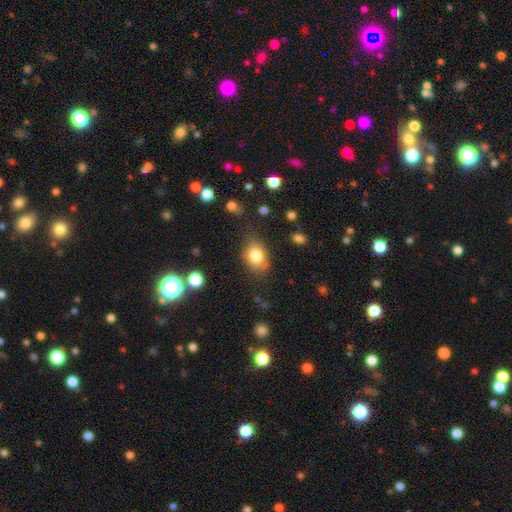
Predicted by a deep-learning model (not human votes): smooth-or-featured: smooth: 80% | featured or disk: 10% | star or artifact: 9%
  how-rounded: in between: 72% | round: 27% | cigar-shaped: 1%
  merging: none: 68% | minor disturbance: 22% | major disturbance: 7% | merger: 3%